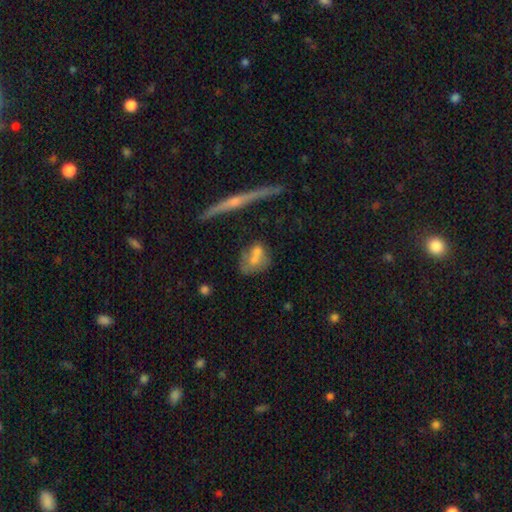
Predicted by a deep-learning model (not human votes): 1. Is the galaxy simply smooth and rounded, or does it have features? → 61% smooth, 30% featured or disk, 9% star or artifact.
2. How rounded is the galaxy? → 61% in between, 33% round, 5% cigar-shaped.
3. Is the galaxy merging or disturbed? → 40% none, 29% merger, 20% minor disturbance, 11% major disturbance.